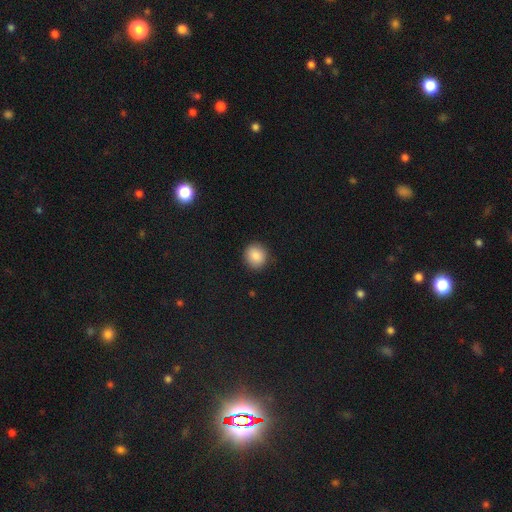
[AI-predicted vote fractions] A smooth galaxy with no disk features (86%) that is round (86%). Merging: none (89%).